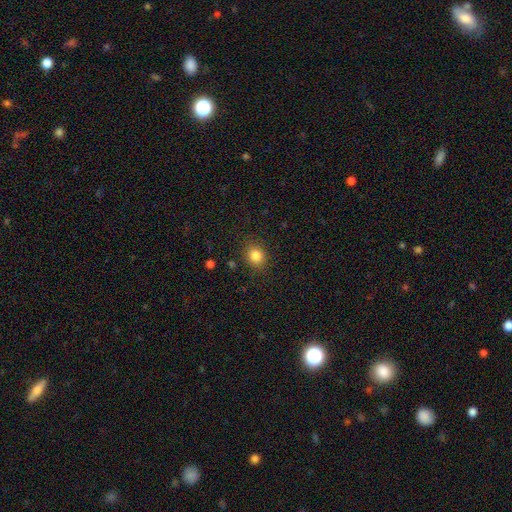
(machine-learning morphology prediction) Smooth or featured: smooth — 83% (star or artifact — 11%)
How rounded: round — 72% (in between — 27%)
Merging: none — 87% (minor disturbance — 9%)